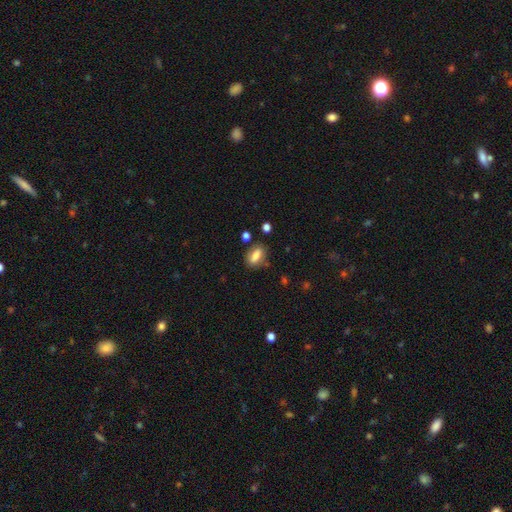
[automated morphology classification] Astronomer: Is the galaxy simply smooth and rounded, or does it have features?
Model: smooth — 78%.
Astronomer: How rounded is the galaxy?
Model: in between — 82%.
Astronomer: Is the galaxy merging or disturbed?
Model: none — 73%.